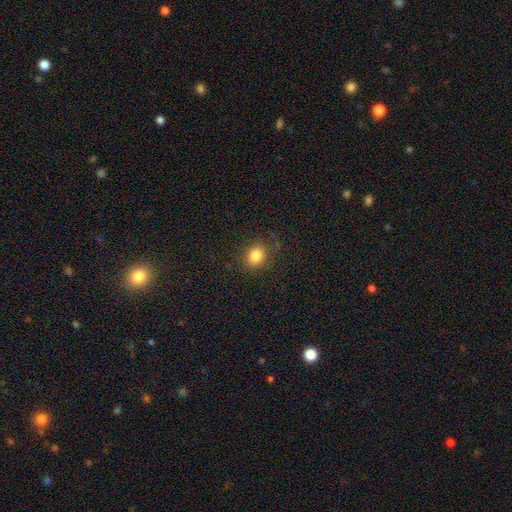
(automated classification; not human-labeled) Overall: smooth (83%). How rounded: round (63%; in between 36%). Merging: none (83%).